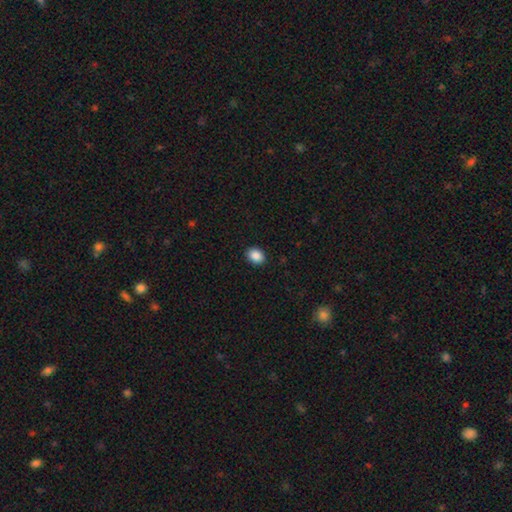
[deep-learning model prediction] This appears to be a smooth galaxy with no disk features (89%) that is in between round and cigar-shaped (58%). Merging: none (91%).